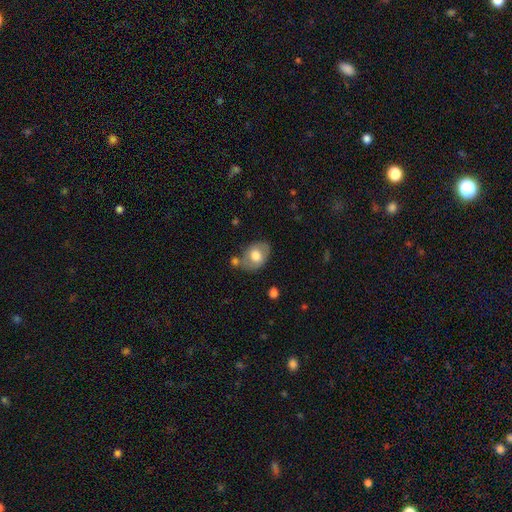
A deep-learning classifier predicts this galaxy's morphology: Smooth or featured: smooth — 67% (featured or disk — 26%)
How rounded: in between — 75% (round — 24%)
Merging: none — 59% (minor disturbance — 23%)